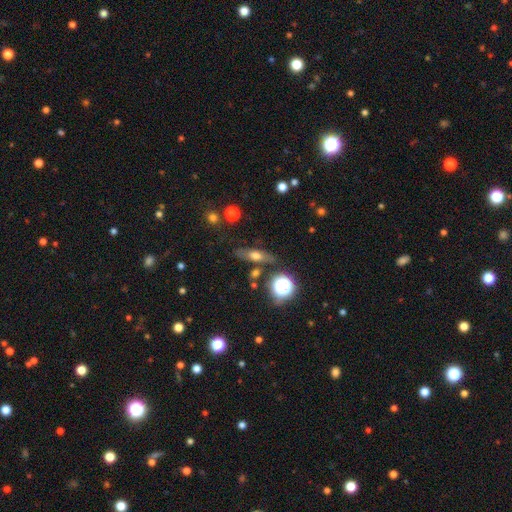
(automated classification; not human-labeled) Q: Smooth or featured?
A: smooth (51%); runner-up: featured or disk (35%)
Q: How rounded?
A: cigar-shaped (45%); runner-up: in between (43%)
Q: Merging?
A: none (77%); runner-up: minor disturbance (14%)